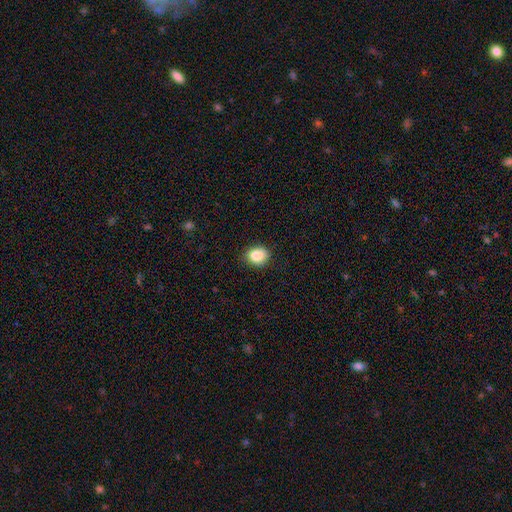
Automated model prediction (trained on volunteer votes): Morphology: type=smooth (86%); roundness=round (62%); merging=none (84%).